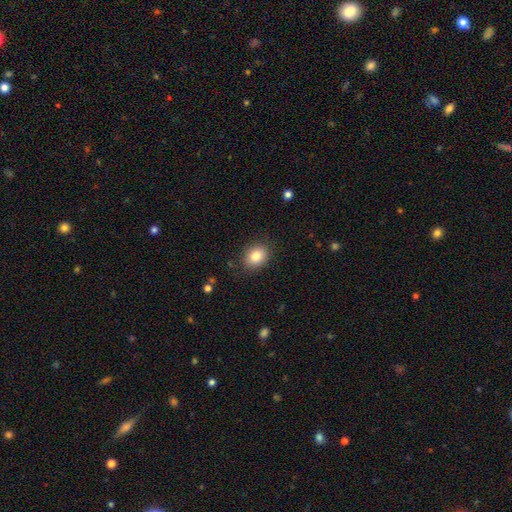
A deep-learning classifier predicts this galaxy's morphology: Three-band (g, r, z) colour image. It shows a smooth galaxy with no disk features (84%) that is round (50%). Merging: none (86%).